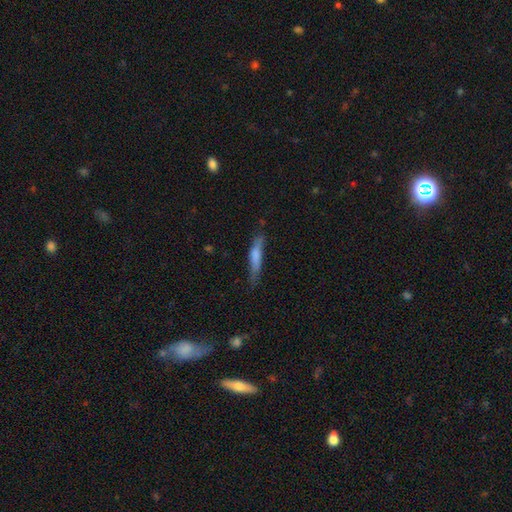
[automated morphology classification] A smooth galaxy with no disk features (68%) that is cigar-shaped (86%). Merging: none (67%).